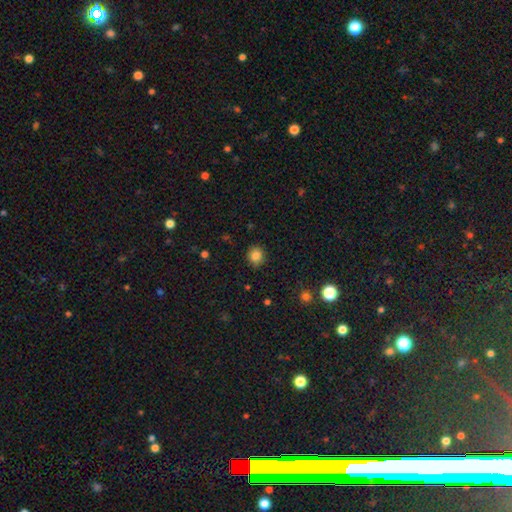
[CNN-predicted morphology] type=smooth (84%); roundness=round (80%); merging=none (88%).